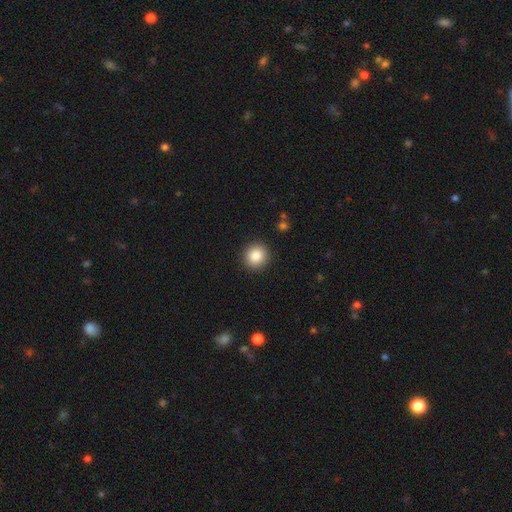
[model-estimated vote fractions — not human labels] This is clearly a smooth galaxy (86%). How rounded: clearly round (92%). Merging: clearly none (91%).